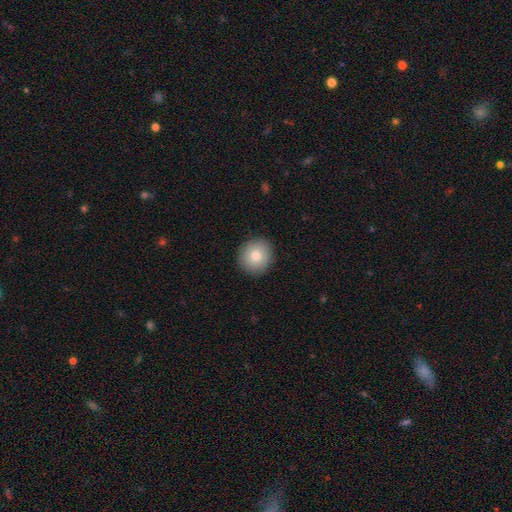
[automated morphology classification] A smooth galaxy with no disk features (80%) that is round (89%).

Vote fractions:
- Smooth or featured? smooth: 80% / featured or disk: 12% / star or artifact: 8%
- How rounded? round: 89% / in between: 10% / cigar-shaped: 1%
- Merging? none: 90% / minor disturbance: 7% / major disturbance: 2% / merger: 1%